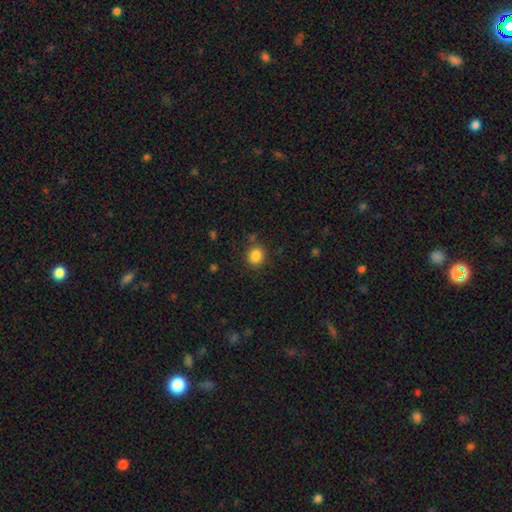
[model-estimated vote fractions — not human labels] smooth-or-featured: smooth: 85% | star or artifact: 11% | featured or disk: 4%
  how-rounded: round: 85% | in between: 14% | cigar-shaped: 1%
  merging: none: 84% | minor disturbance: 10% | merger: 3% | major disturbance: 3%